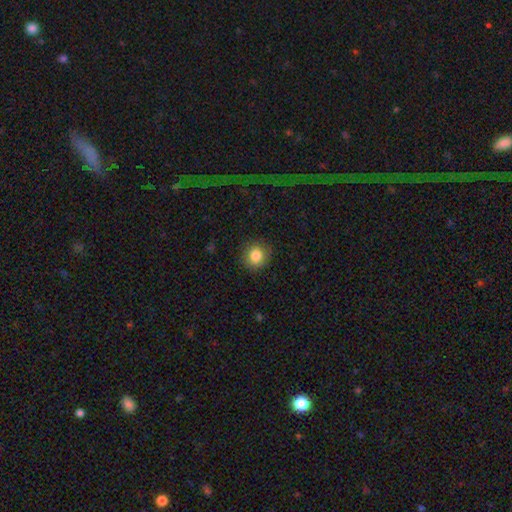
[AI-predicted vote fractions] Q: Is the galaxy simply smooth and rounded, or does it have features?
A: smooth — 84%.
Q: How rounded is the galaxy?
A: round — 88%.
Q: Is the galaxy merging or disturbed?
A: none — 87%.